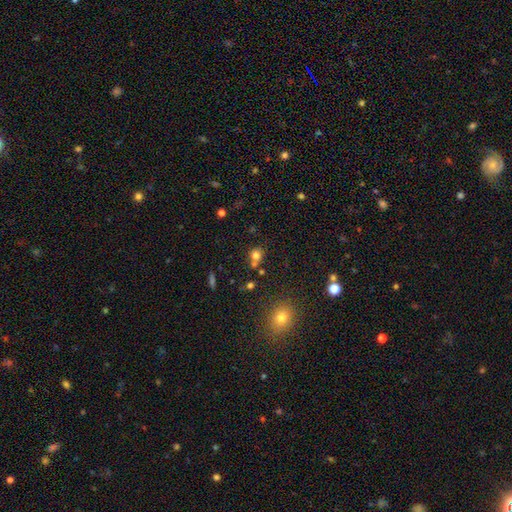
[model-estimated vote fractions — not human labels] smooth-or-featured: smooth: 74% | star or artifact: 17% | featured or disk: 10%
  how-rounded: round: 77% | in between: 21% | cigar-shaped: 1%
  merging: none: 55% | merger: 30% | minor disturbance: 11% | major disturbance: 4%